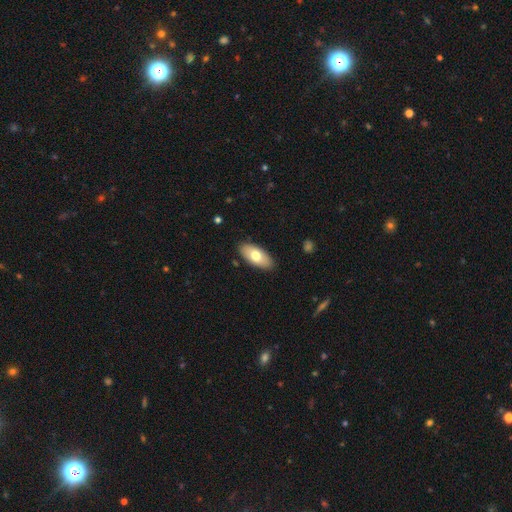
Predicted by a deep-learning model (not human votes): Smooth or featured? Predicted: smooth (p=0.70). How rounded? Predicted: in between (p=0.90). Merging? Predicted: none (p=0.87).